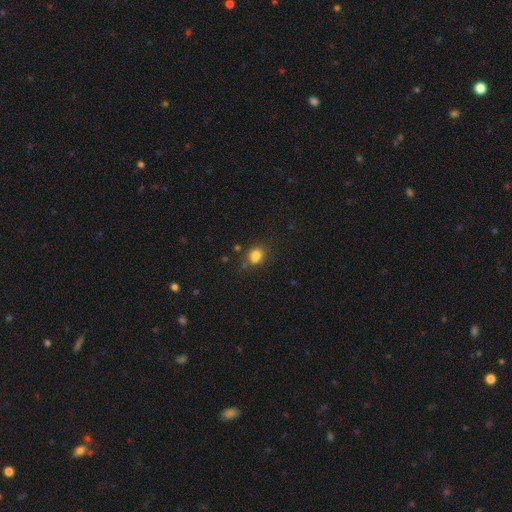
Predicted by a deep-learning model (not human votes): smooth 81%, star or artifact 12%, featured or disk 7%. Down the decision tree: how rounded — in between (53%); merging — none (67%).